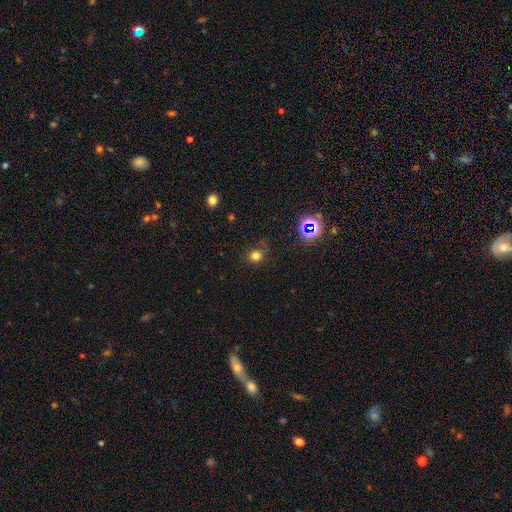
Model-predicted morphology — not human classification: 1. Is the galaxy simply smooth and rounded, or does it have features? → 71% smooth, 21% star or artifact, 7% featured or disk.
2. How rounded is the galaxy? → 83% round, 16% in between, 1% cigar-shaped.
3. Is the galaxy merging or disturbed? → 75% none, 15% minor disturbance, 7% major disturbance, 3% merger.